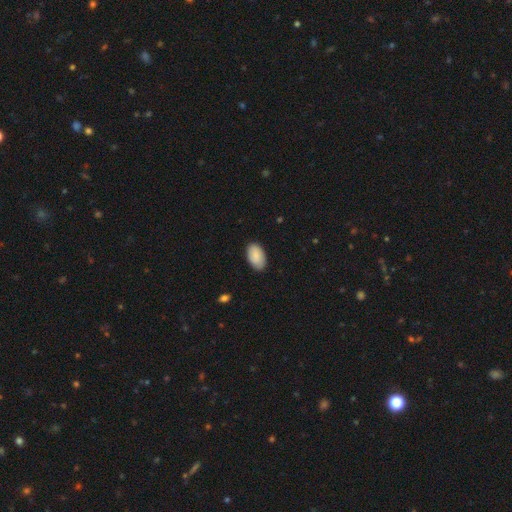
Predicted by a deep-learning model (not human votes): Smooth or featured? smooth (88%)
How rounded? in between (95%)
Merging? none (85%)